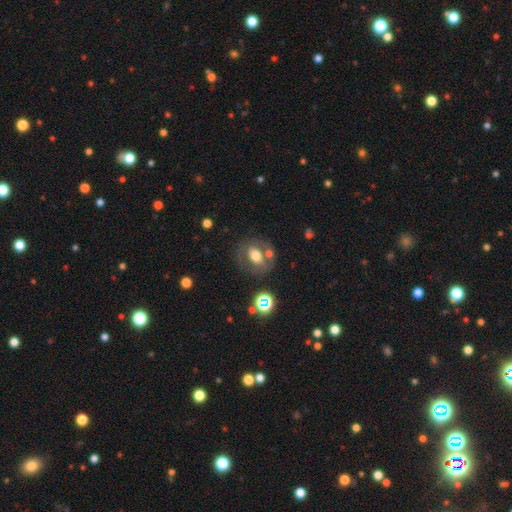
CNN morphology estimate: smooth 54%, featured or disk 35%, star or artifact 12%. Down the decision tree: how rounded — round (51%); merging — none (66%).